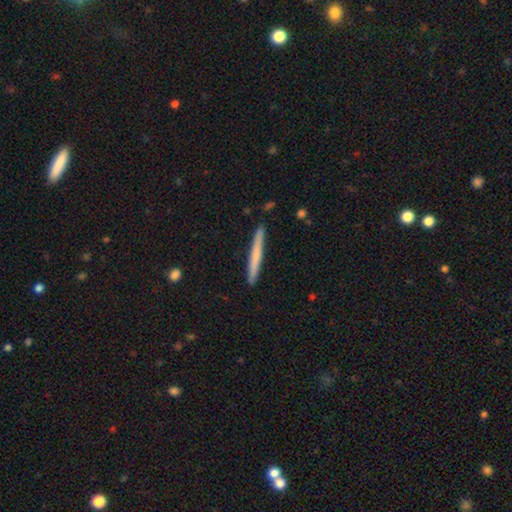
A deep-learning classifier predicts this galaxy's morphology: Overall: smooth (63%; featured or disk 32%). How rounded: cigar-shaped (97%). Merging: none (91%).